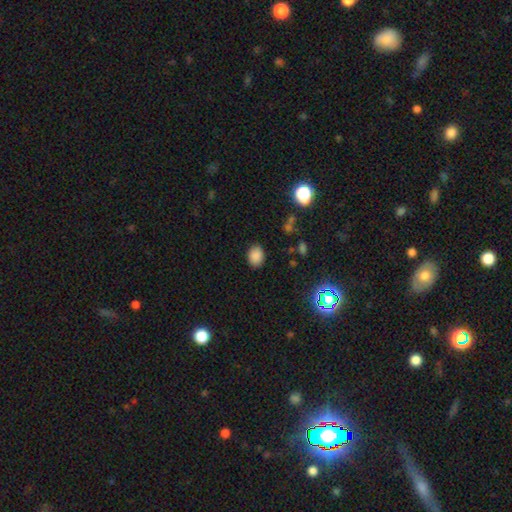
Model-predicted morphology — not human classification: Smooth or featured? smooth (84%)
How rounded? in between (65%)
Merging? none (86%)